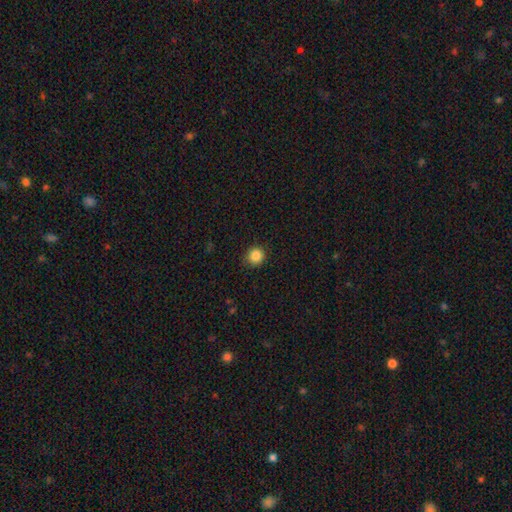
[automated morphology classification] Overall: smooth (86%). How rounded: round (91%). Merging: none (89%).